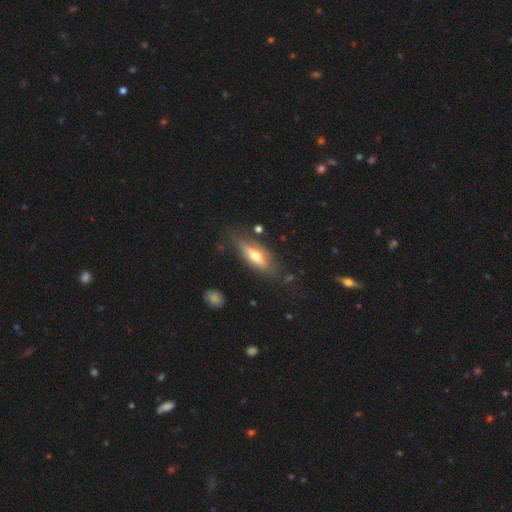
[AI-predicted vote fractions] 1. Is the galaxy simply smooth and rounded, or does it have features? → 47% featured or disk, 46% smooth, 7% star or artifact.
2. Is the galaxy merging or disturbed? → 67% none, 21% minor disturbance, 8% major disturbance, 4% merger.